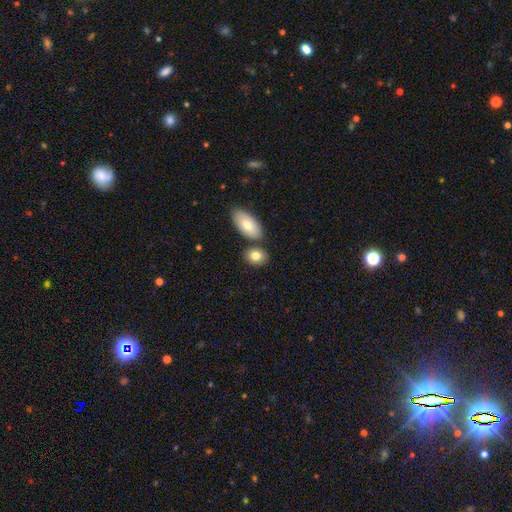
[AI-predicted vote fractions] This appears to be a smooth galaxy with no disk features (77%) that is in between round and cigar-shaped (79%). Merging: none (64%).